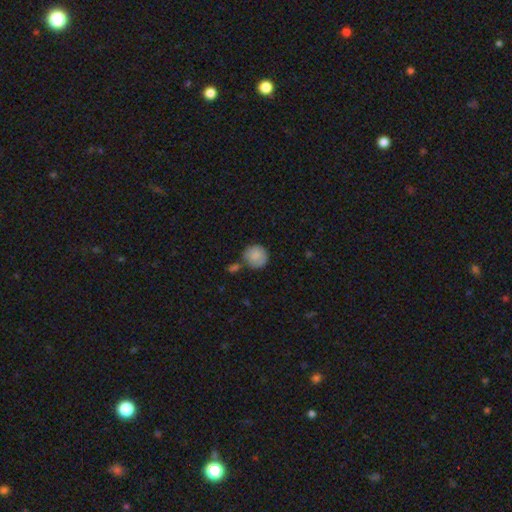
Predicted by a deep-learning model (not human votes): Smooth or featured?
  - smooth: 85% *
  - featured or disk: 8%
  - star or artifact: 7%
How rounded?
  - round: 92% *
  - in between: 7%
  - cigar-shaped: 1%
Merging?
  - none: 64% *
  - minor disturbance: 17%
  - merger: 15%
  - major disturbance: 4%